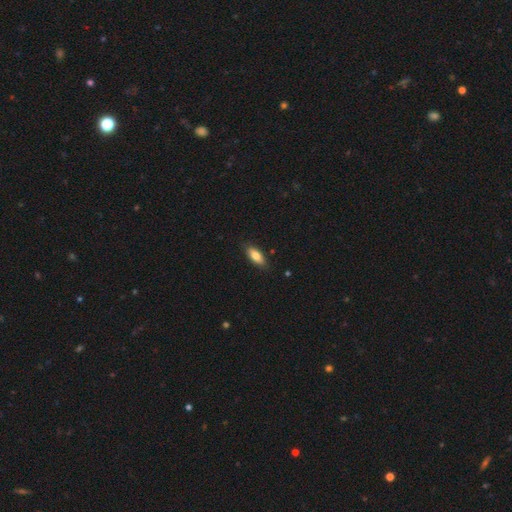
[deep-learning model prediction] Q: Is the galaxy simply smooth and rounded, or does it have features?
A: smooth — 79%.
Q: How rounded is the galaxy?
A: in between — 79%.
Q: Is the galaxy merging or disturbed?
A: none — 86%.